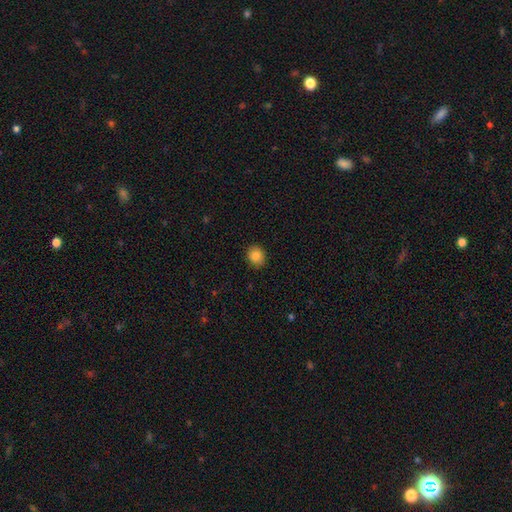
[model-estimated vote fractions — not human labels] Overall: smooth (84%). How rounded: round (72%). Merging: none (89%).